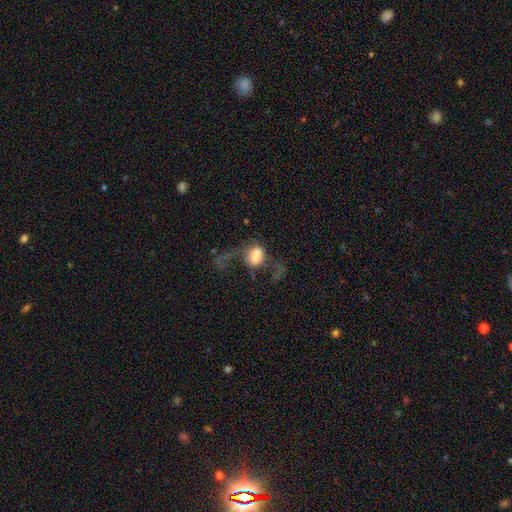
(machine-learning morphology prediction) Overall: smooth (61%; featured or disk 29%). How rounded: in between (75%). Merging: major disturbance (59%; none 19%).